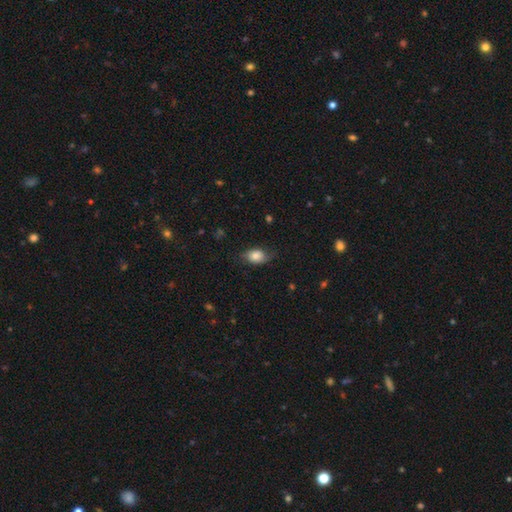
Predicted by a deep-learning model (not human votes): The model was most divided on "merging": none: 66%, minor disturbance: 26%, major disturbance: 8%, merger: 1%. More confident: how rounded — in between (76%); smooth or featured — smooth (75%).